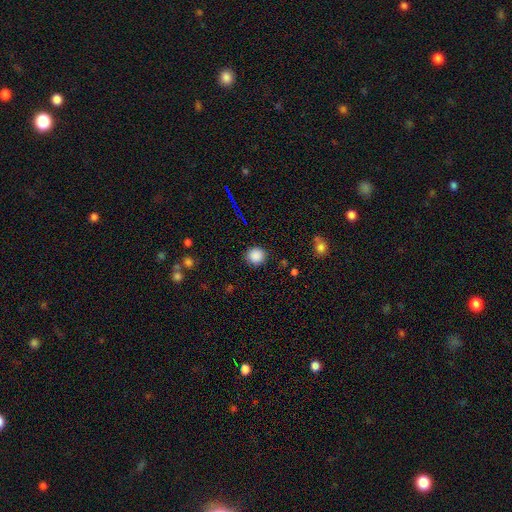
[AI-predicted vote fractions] This appears to be a smooth galaxy with no disk features (87%) that is round (92%). Merging: none (89%).